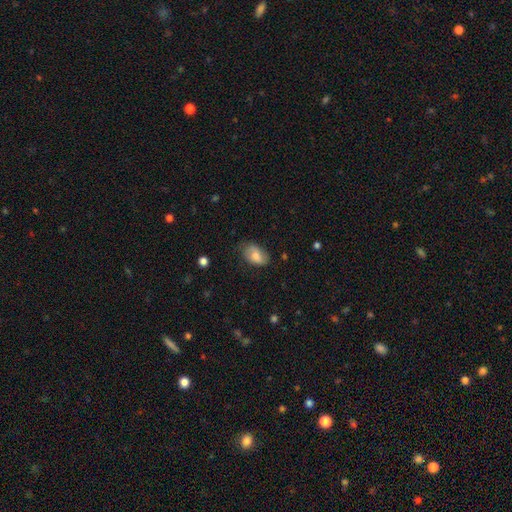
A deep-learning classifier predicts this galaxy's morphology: A smooth galaxy with no disk features (72%) that is in between round and cigar-shaped (90%).

Vote fractions:
- Smooth or featured? smooth: 72% / featured or disk: 20% / star or artifact: 7%
- How rounded? in between: 90% / round: 9% / cigar-shaped: 1%
- Merging? none: 66% / minor disturbance: 26% / major disturbance: 7% / merger: 1%